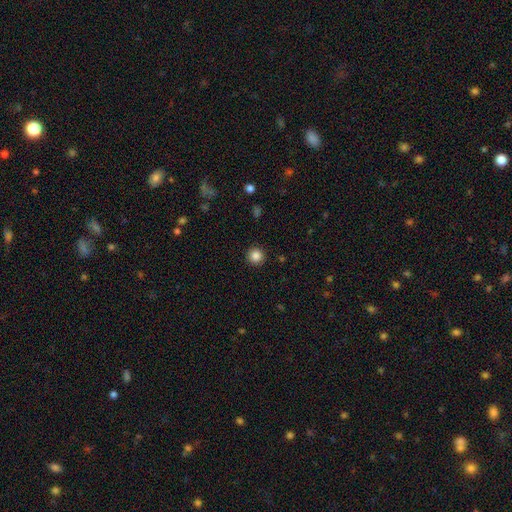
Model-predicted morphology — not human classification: Smooth or featured? Predicted: smooth (p=0.86). How rounded? Predicted: round (p=0.95). Merging? Predicted: none (p=0.92).